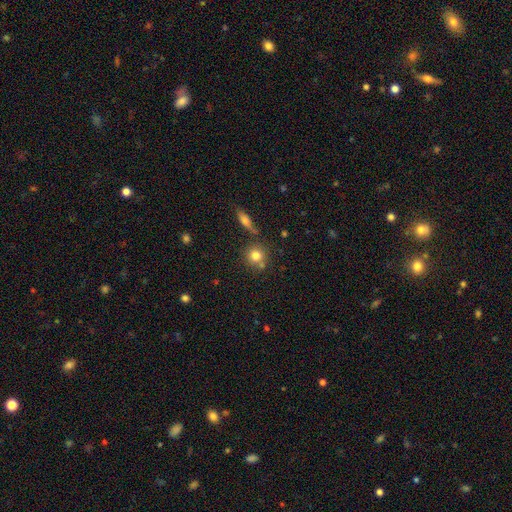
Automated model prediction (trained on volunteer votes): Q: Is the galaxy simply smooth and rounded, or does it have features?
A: smooth — 77%.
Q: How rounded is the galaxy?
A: round — 88%.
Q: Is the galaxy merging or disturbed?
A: none — 70%.